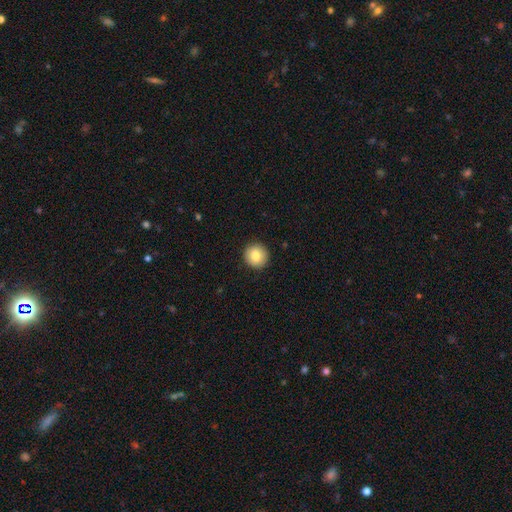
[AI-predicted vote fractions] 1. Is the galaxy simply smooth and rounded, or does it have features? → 82% smooth, 10% featured or disk, 8% star or artifact.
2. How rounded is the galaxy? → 94% round, 5% in between, 1% cigar-shaped.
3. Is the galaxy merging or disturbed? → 92% none, 5% minor disturbance, 2% major disturbance, 1% merger.